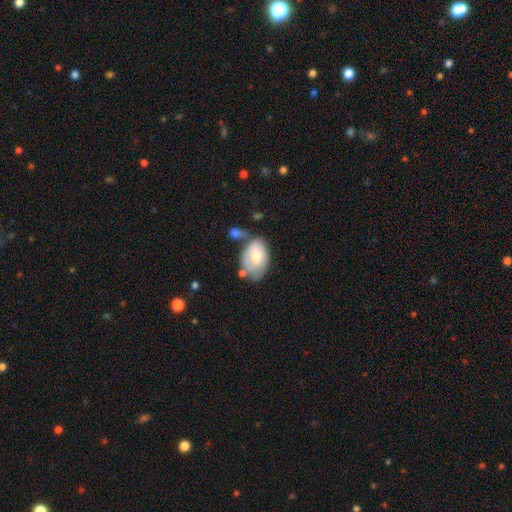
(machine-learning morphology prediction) Smooth or featured?
  - smooth: 67% *
  - featured or disk: 27%
  - star or artifact: 6%
How rounded?
  - in between: 85% *
  - round: 14%
  - cigar-shaped: 1%
Merging?
  - none: 37% *
  - minor disturbance: 28%
  - merger: 22%
  - major disturbance: 13%